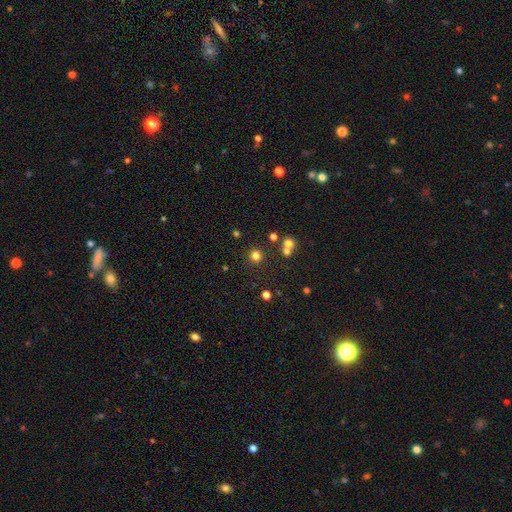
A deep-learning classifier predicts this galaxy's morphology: smooth 75%, star or artifact 19%, featured or disk 7%. Down the decision tree: how rounded — round (93%); merging — none (80%).